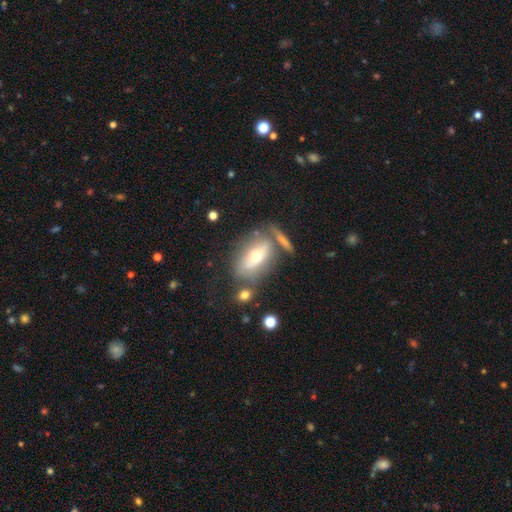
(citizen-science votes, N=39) Morphology: type=featured or disk (56%); edge-on=no (68%); bar=no (67%); spiral arms=no (80%); bulge=moderate (67%); merging=none (59%).